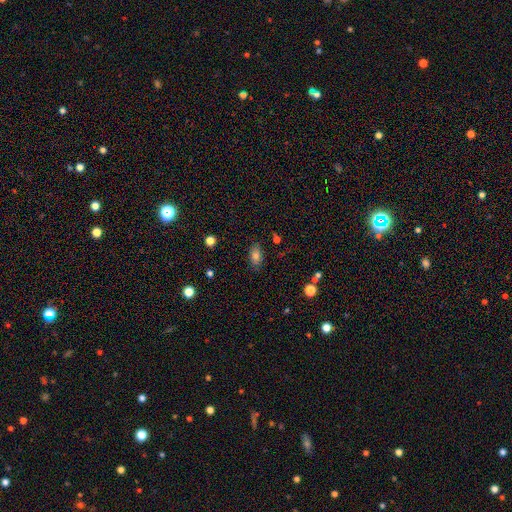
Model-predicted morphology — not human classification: type=smooth (80%); roundness=in between (88%); merging=none (83%).